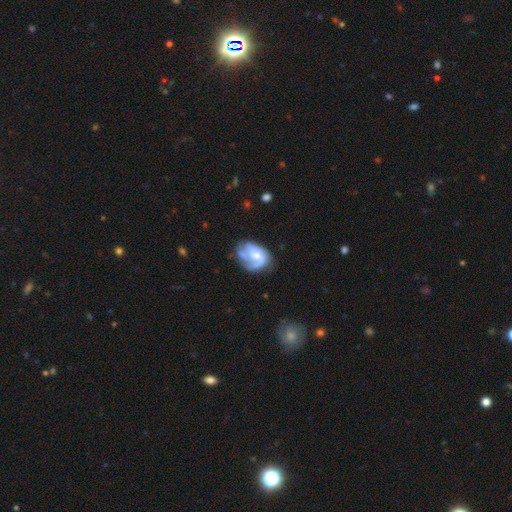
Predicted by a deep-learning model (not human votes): The model was most divided on "bulge size": moderate: 45%, small: 32%, none: 13%, large: 8%, dominant: 2%. Remaining: edge-on disk — no (97%); spiral arms — yes (68%); bar — no (63%); smooth or featured — featured or disk (59%); merging — none (42%).